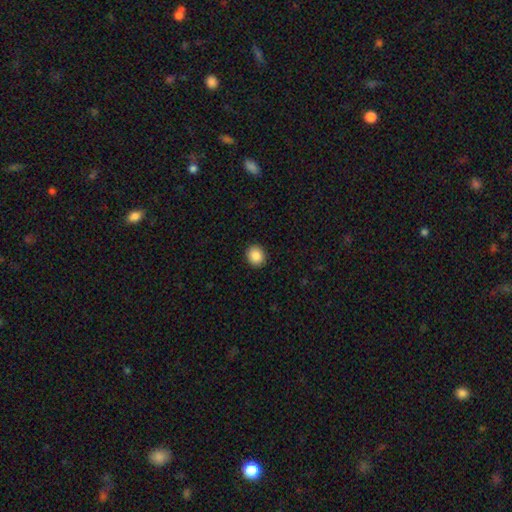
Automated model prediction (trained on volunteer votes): Overall: smooth (89%). How rounded: round (72%). Merging: none (92%).